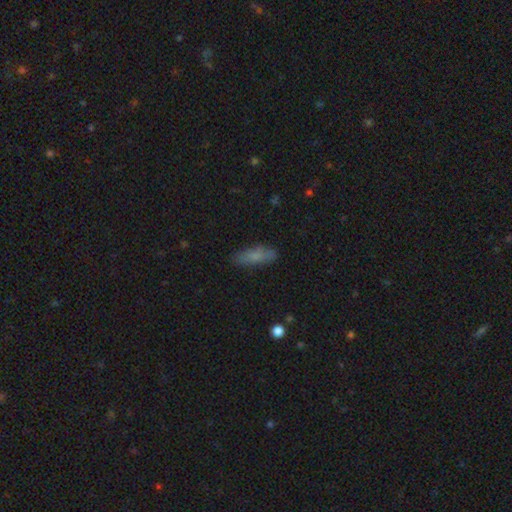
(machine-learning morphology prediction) A smooth galaxy with no disk features (75%) that is in between round and cigar-shaped (53%).

Vote fractions:
- Smooth or featured? smooth: 75% / featured or disk: 16% / star or artifact: 9%
- How rounded? in between: 53% / cigar-shaped: 44% / round: 2%
- Merging? none: 78% / minor disturbance: 16% / major disturbance: 4% / merger: 2%